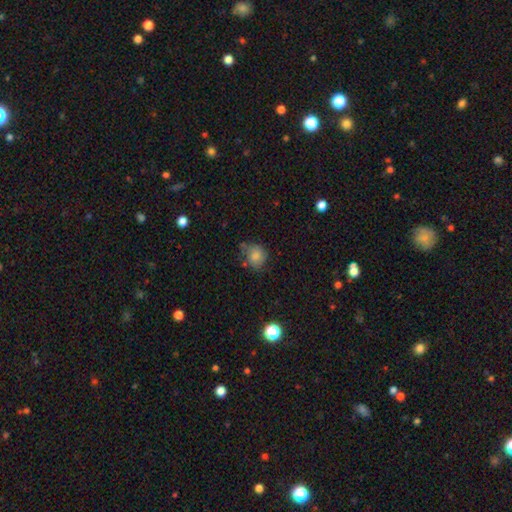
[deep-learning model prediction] A smooth galaxy with no disk features (77%) that is round (72%). Merging: none (52%).